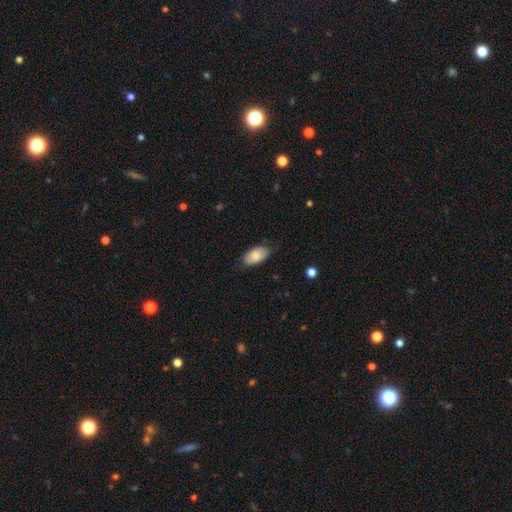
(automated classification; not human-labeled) Morphology: type=smooth (81%); roundness=in between (94%); merging=none (79%).